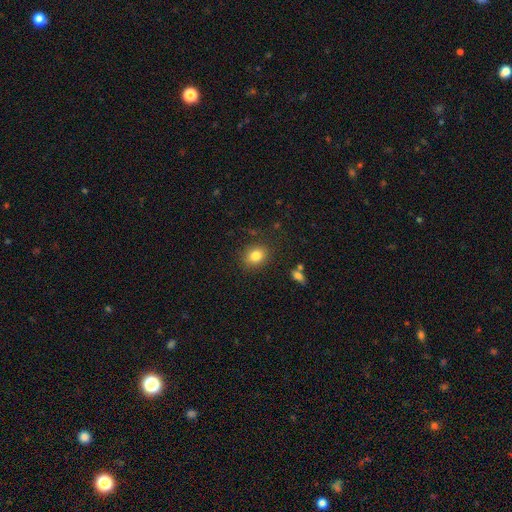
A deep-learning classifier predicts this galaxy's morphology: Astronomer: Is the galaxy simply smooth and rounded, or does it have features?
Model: smooth — 82%.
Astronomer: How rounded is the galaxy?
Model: round — 50% (runner-up: in between, 49%).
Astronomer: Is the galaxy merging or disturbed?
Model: none — 85%.